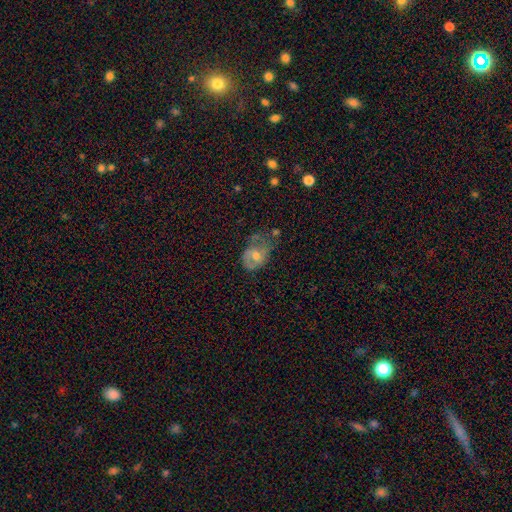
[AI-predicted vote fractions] Morphology: type=featured or disk (49%); merging=none (34%).